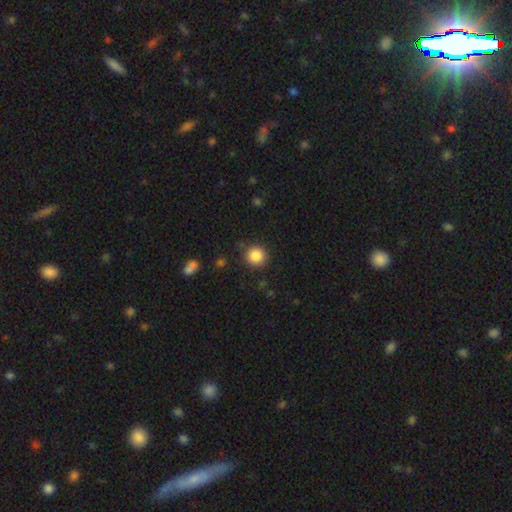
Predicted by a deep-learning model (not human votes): Smooth or featured? smooth (86%)
How rounded? round (94%)
Merging? none (87%)